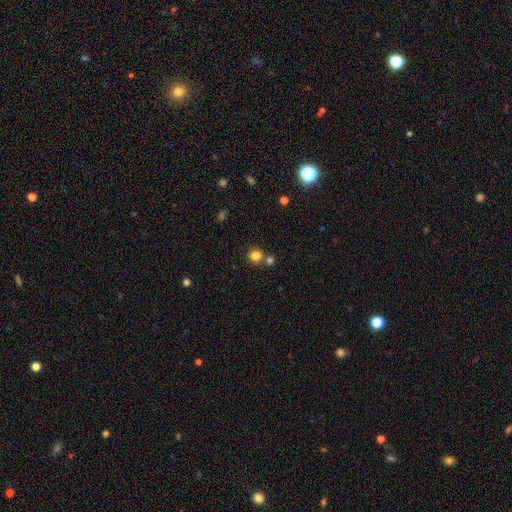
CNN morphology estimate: Overall: smooth (81%). How rounded: round (91%). Merging: none (68%).